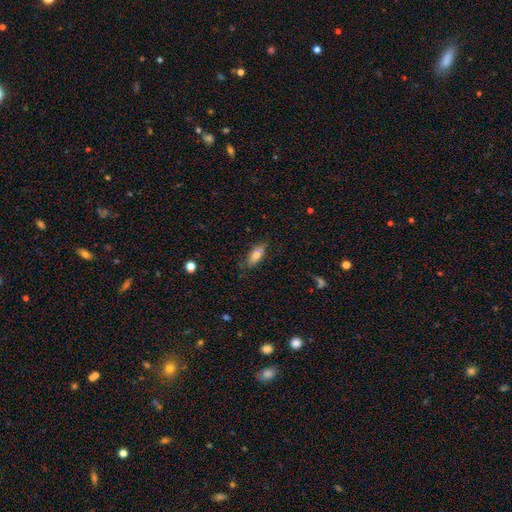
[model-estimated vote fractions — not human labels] Morphology: type=smooth (76%); roundness=in between (73%); merging=none (77%).